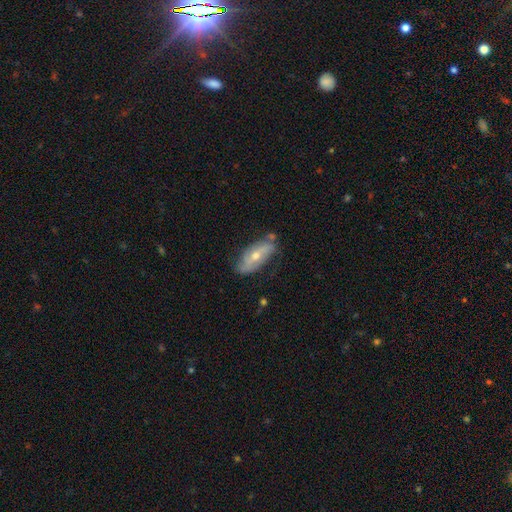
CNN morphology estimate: A featured or disk galaxy (61%).

Vote fractions:
- Smooth or featured? featured or disk: 61% / smooth: 32% / star or artifact: 8%
- Edge-on disk? no: 78% / yes: 22%
- Merging? none: 69% / minor disturbance: 22% / major disturbance: 5% / merger: 4%